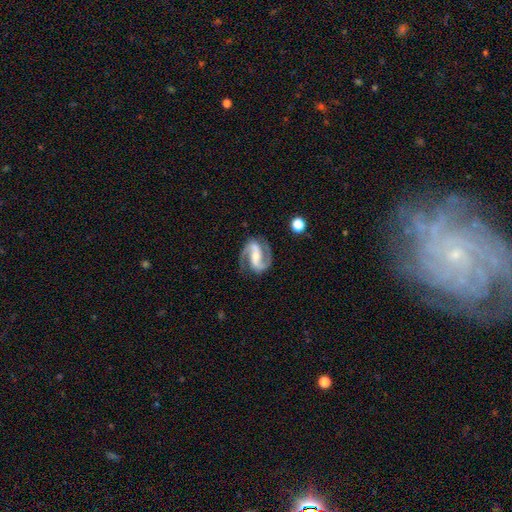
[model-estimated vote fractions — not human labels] Overall: featured or disk (91%). Edge-on disk: no (98%). Bar: strong (57%; weak 28%). Spiral arms: yes (98%). Spiral arm count: 2 (94%). Spiral winding: medium (59%; tight 23%). Bulge size: moderate (44%; small 43%). Merging: none (83%).